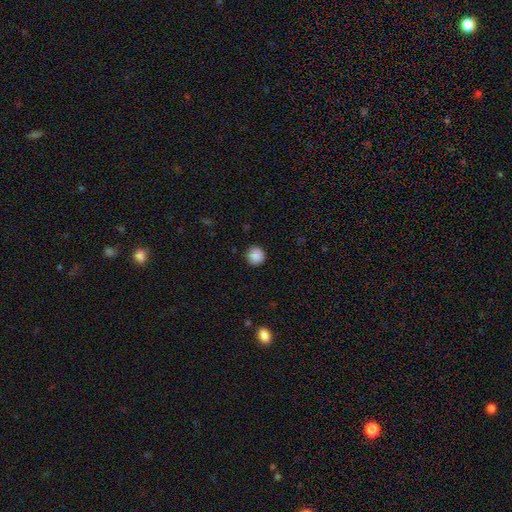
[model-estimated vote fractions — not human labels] This appears to be a smooth galaxy with no disk features (88%) that is round (95%). Merging: none (92%).